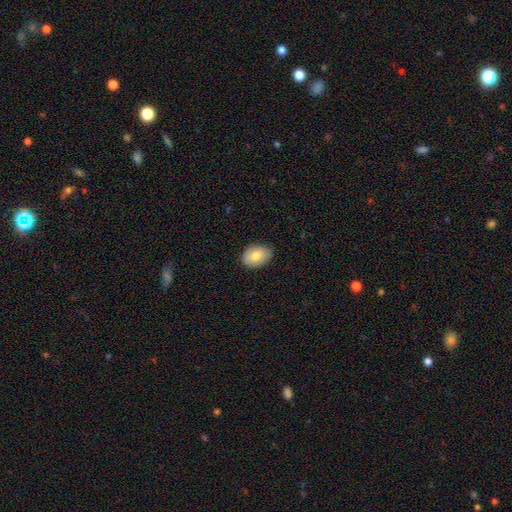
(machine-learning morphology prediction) smooth 79%, featured or disk 14%, star or artifact 7%. Down the decision tree: how rounded — in between (83%); merging — none (82%).